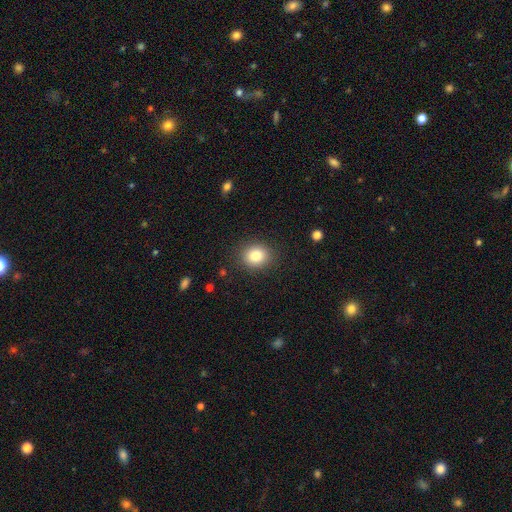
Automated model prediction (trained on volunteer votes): Smooth or featured: smooth — 83% (star or artifact — 10%)
How rounded: round — 70% (in between — 30%)
Merging: none — 88% (minor disturbance — 8%)